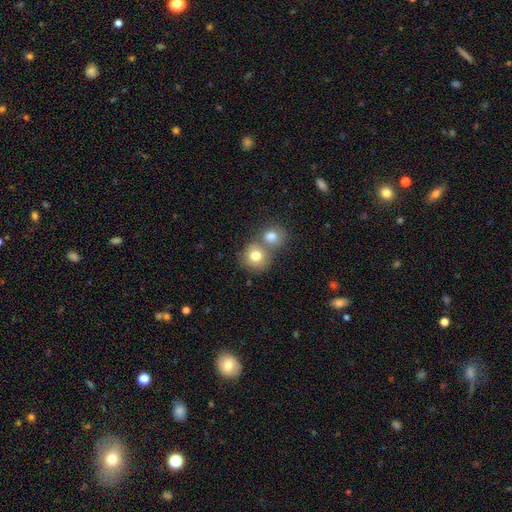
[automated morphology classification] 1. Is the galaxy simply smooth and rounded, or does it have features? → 77% smooth, 12% featured or disk, 10% star or artifact.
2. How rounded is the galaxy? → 85% round, 14% in between, 1% cigar-shaped.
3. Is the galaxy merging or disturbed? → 46% none, 43% merger, 7% minor disturbance, 3% major disturbance.